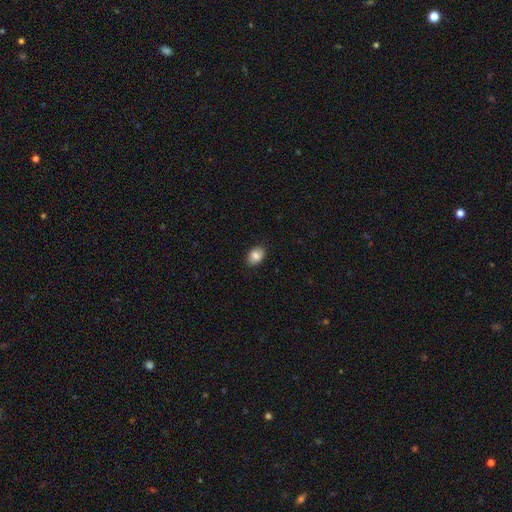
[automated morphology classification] type=smooth (85%); roundness=in between (77%); merging=none (88%).